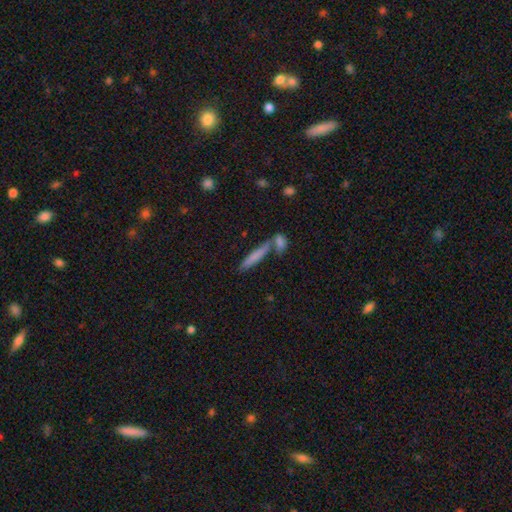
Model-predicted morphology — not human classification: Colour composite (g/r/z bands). It shows a smooth galaxy with no disk features (69%) that is cigar-shaped (88%). Merging: none (62%).